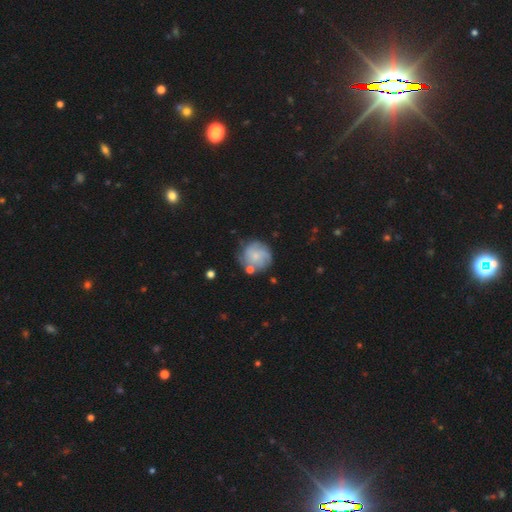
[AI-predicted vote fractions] This appears to be a featured or disk galaxy (52%) with no bar (79%), spiral arms (80%) and a small central bulge (69%). Merging: none (68%).